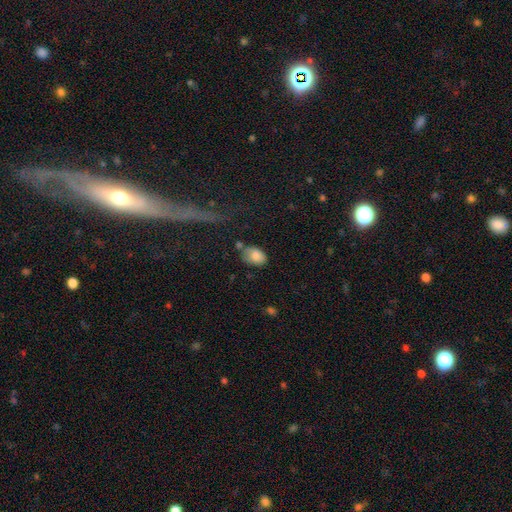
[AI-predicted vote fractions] Smooth or featured: smooth — 80% (featured or disk — 12%)
How rounded: in between — 82% (round — 17%)
Merging: none — 58% (minor disturbance — 26%)